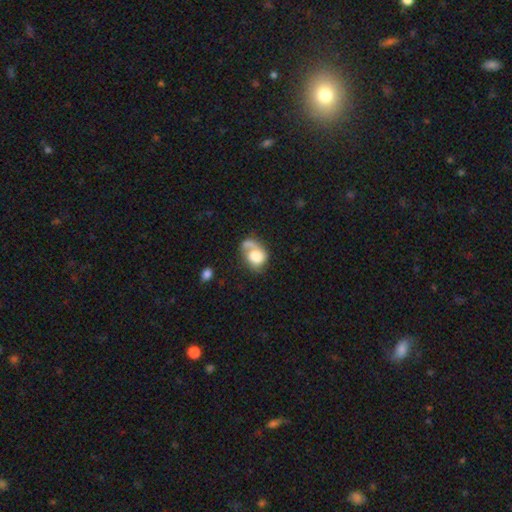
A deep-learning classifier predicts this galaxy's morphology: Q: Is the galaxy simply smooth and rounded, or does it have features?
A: smooth — 56%.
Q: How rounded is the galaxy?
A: in between — 58%.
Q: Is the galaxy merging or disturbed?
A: none — 31%.